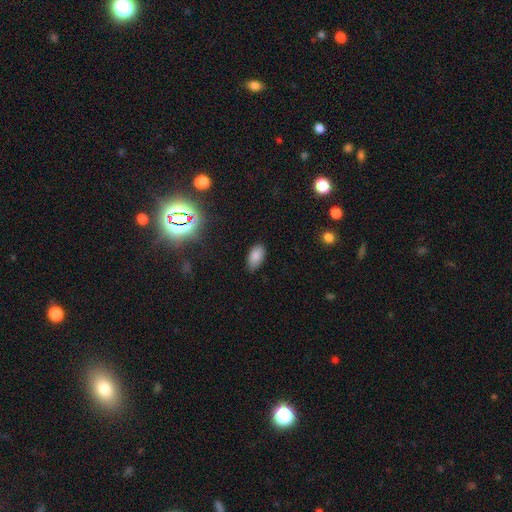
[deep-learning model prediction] Q: Smooth or featured?
A: smooth (82%); runner-up: star or artifact (12%)
Q: How rounded?
A: in between (94%); runner-up: round (4%)
Q: Merging?
A: none (82%); runner-up: minor disturbance (14%)